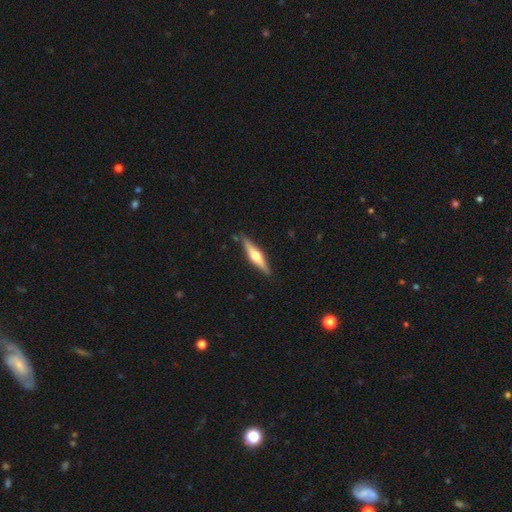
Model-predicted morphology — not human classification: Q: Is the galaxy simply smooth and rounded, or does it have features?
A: featured or disk — 61%.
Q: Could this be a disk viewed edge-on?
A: yes — 96%.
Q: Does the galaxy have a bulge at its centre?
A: rounded — 93%.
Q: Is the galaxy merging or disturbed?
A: none — 87%.